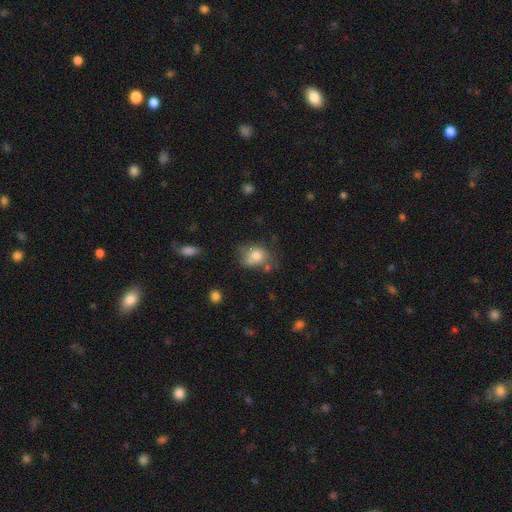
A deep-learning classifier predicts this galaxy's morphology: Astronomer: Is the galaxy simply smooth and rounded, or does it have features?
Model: smooth — 76%.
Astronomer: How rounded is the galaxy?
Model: round — 50% (runner-up: in between, 49%).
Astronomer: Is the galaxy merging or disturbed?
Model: none — 47% (runner-up: minor disturbance, 27%).